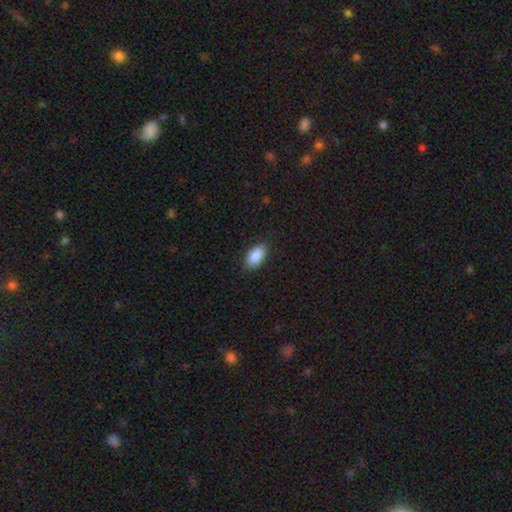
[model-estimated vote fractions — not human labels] A smooth galaxy with no disk features (90%) that is in between round and cigar-shaped (94%). Merging: none (88%).